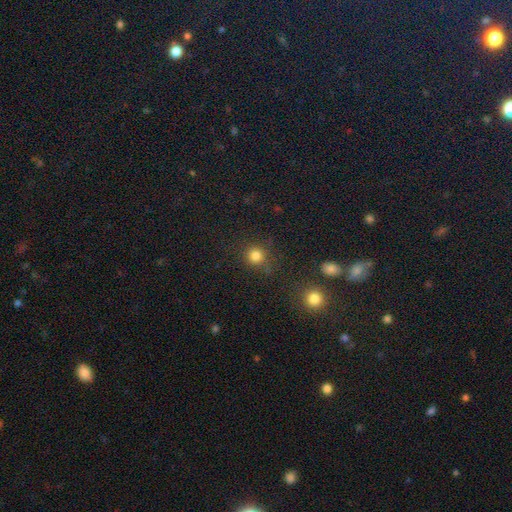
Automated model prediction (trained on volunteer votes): smooth-or-featured: smooth: 81% | star or artifact: 15% | featured or disk: 5%
  how-rounded: round: 91% | in between: 8% | cigar-shaped: 1%
  merging: none: 80% | minor disturbance: 11% | major disturbance: 5% | merger: 4%